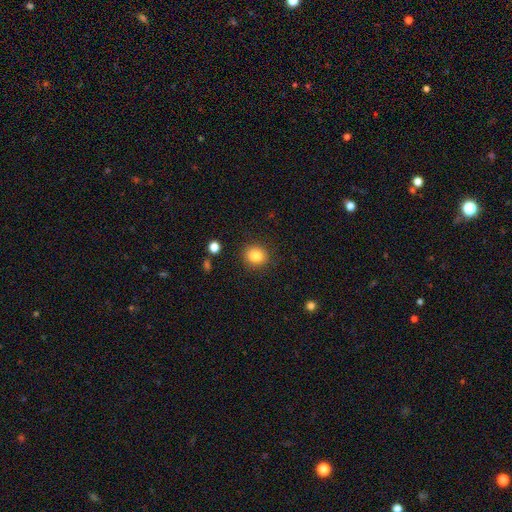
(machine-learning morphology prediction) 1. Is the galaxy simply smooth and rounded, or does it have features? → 84% smooth, 10% star or artifact, 6% featured or disk.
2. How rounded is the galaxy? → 81% round, 18% in between, 1% cigar-shaped.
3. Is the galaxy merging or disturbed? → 88% none, 8% minor disturbance, 3% major disturbance, 2% merger.